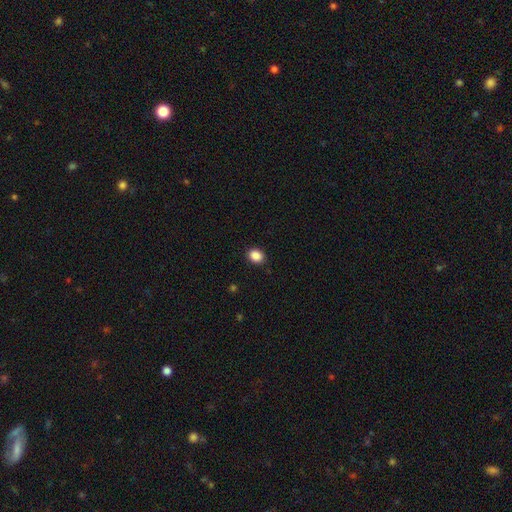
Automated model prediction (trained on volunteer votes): This appears to be a smooth galaxy with no disk features (89%) that is in between round and cigar-shaped (53%). Merging: none (89%).